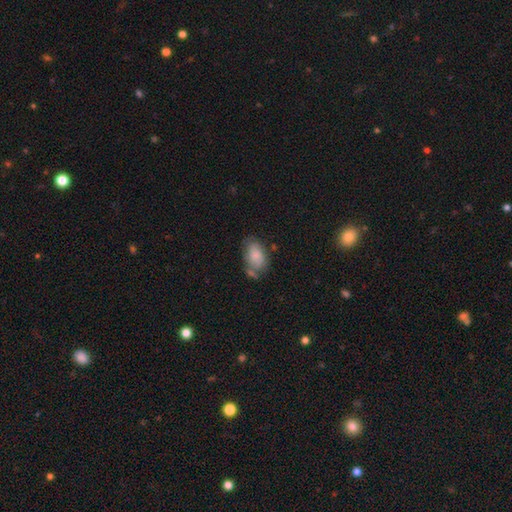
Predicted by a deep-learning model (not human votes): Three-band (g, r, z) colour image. It shows a smooth galaxy with no disk features (78%) that is in between round and cigar-shaped (90%). Merging: none (52%).